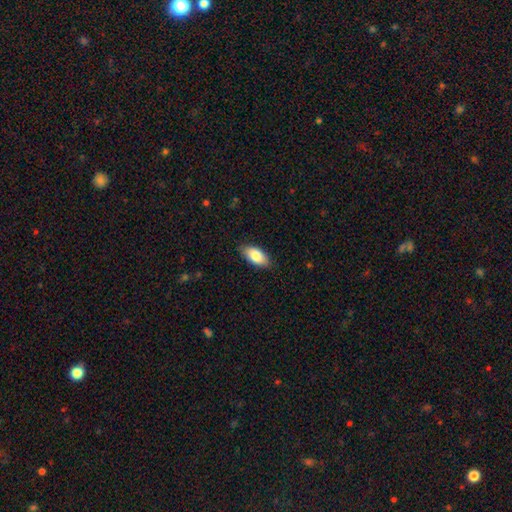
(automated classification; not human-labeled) smooth 83%, featured or disk 11%, star or artifact 6%. Down the decision tree: how rounded — in between (92%); merging — none (85%).